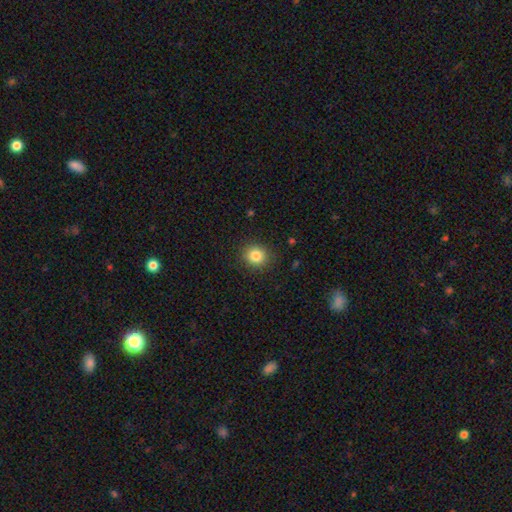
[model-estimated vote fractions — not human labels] Morphology: type=smooth (83%); roundness=round (86%); merging=none (89%).